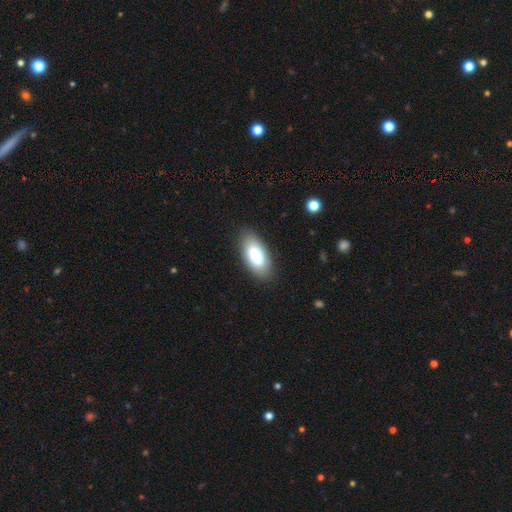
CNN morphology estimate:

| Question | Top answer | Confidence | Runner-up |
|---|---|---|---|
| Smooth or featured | smooth | 79% | featured or disk (14%) |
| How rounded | in between | 91% | cigar-shaped (7%) |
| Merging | none | 85% | minor disturbance (11%) |